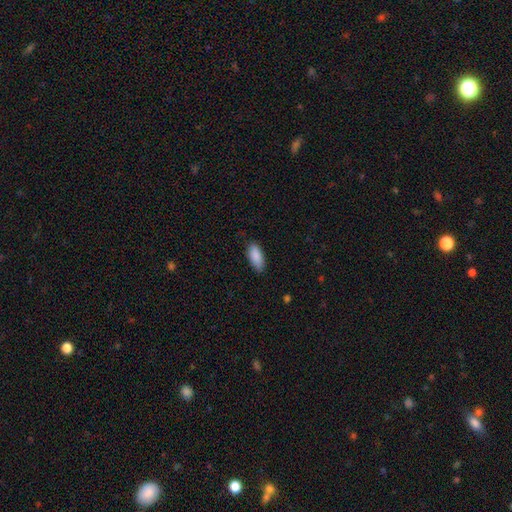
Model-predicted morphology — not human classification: smooth 89%, star or artifact 6%, featured or disk 5%. Down the decision tree: how rounded — in between (84%); merging — none (82%).